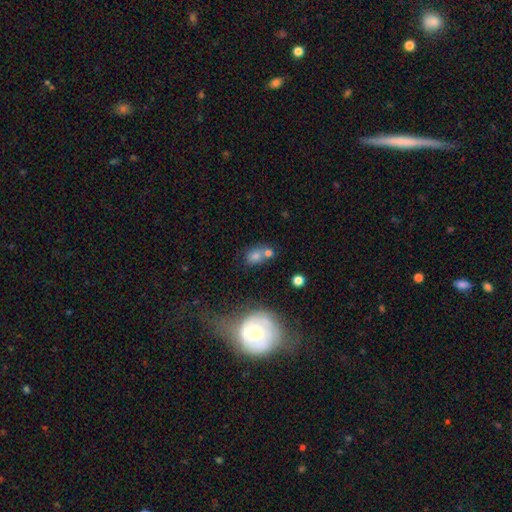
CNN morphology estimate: Overall: smooth (69%). How rounded: in between (59%; round 39%). Merging: merger (42%; none 39%).